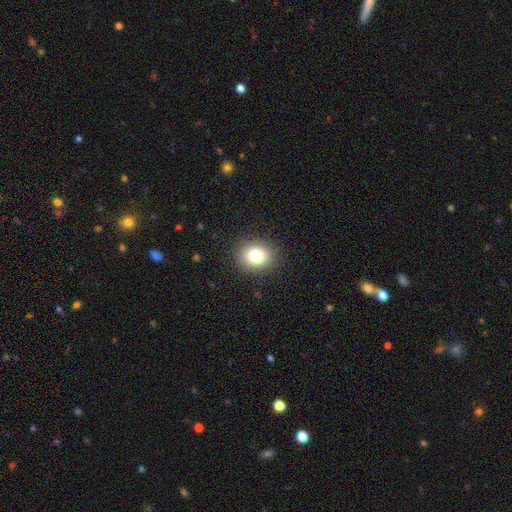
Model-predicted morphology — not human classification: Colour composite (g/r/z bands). It shows a smooth galaxy with no disk features (79%) that is round (62%). Merging: none (88%).